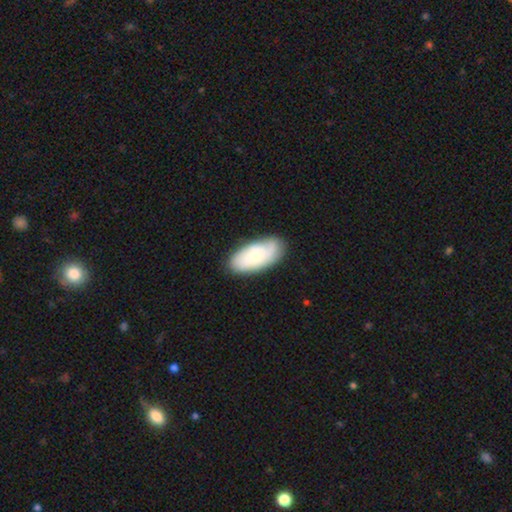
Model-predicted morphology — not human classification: smooth 63%, featured or disk 31%, star or artifact 6%. Down the decision tree: how rounded — in between (92%); merging — none (74%).